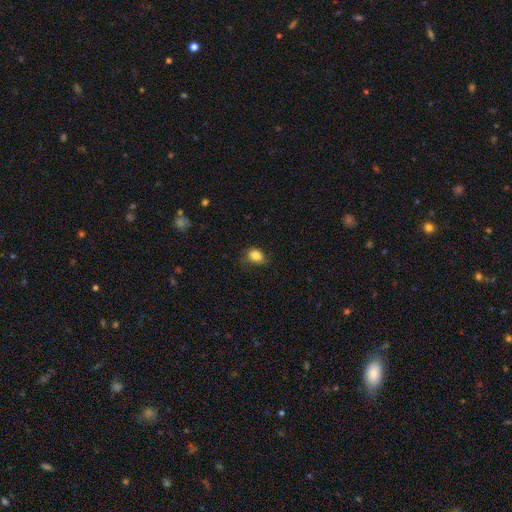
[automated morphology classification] type=smooth (84%); roundness=in between (63%); merging=none (62%).